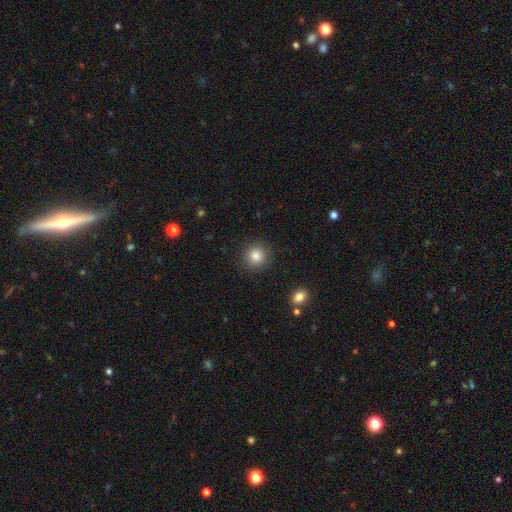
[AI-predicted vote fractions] Smooth or featured: smooth — 84% (star or artifact — 10%)
How rounded: round — 92% (in between — 7%)
Merging: none — 90% (minor disturbance — 6%)